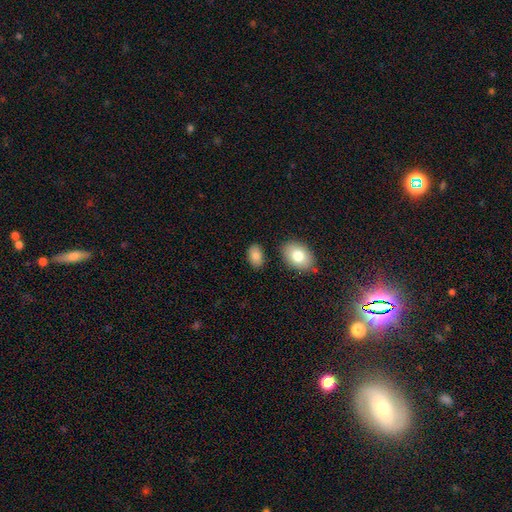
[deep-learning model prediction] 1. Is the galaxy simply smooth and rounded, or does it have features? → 84% smooth, 8% featured or disk, 8% star or artifact.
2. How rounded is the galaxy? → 90% in between, 9% round, 1% cigar-shaped.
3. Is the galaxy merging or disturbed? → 80% none, 12% minor disturbance, 5% merger, 3% major disturbance.